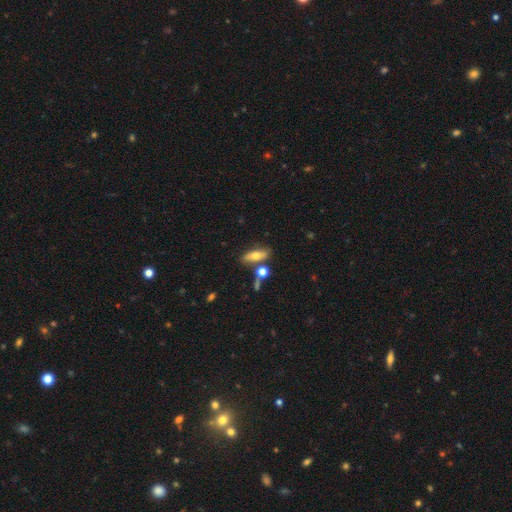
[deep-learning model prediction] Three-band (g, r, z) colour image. It shows a smooth galaxy with no disk features (60%) that is in between round and cigar-shaped (57%). Merging: none (70%).